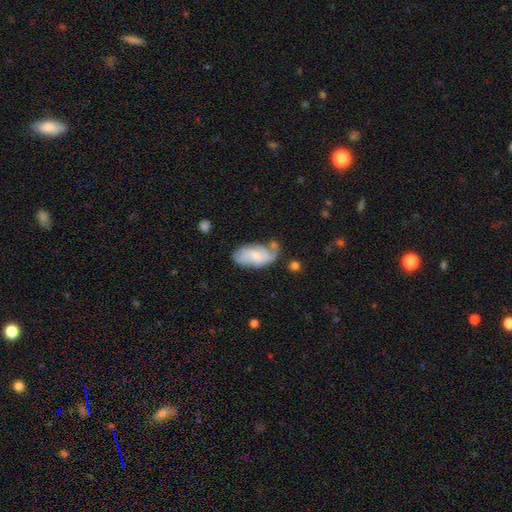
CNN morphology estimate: featured or disk 58%, smooth 36%, star or artifact 7%. Down the decision tree: edge-on disk — no (95%); bar — no (56%); spiral arms — yes (88%); bulge size — small (36%); merging — none (46%).